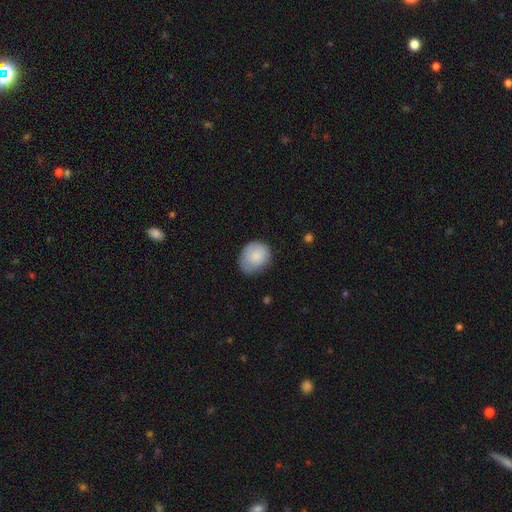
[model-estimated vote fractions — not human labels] Smooth or featured? smooth (84%)
How rounded? round (55%)
Merging? none (65%)